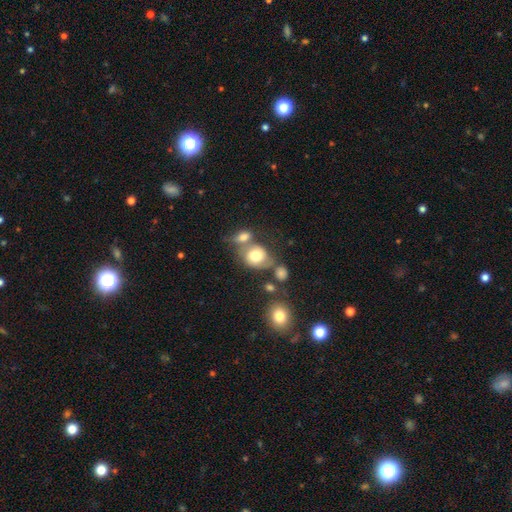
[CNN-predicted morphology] The model was most divided on "merging": merger: 38%, none: 37%, minor disturbance: 16%, major disturbance: 10%. More confident: smooth or featured — smooth (72%); how rounded — round (62%).